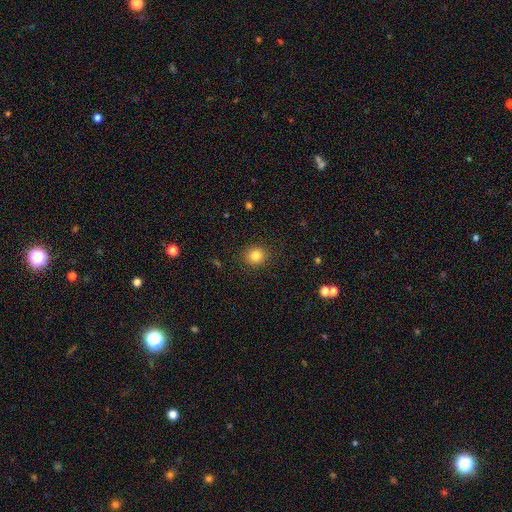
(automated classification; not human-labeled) Smooth or featured?
  - smooth: 82% *
  - star or artifact: 12%
  - featured or disk: 6%
How rounded?
  - round: 84% *
  - in between: 15%
  - cigar-shaped: 1%
Merging?
  - none: 90% *
  - minor disturbance: 7%
  - major disturbance: 2%
  - merger: 1%